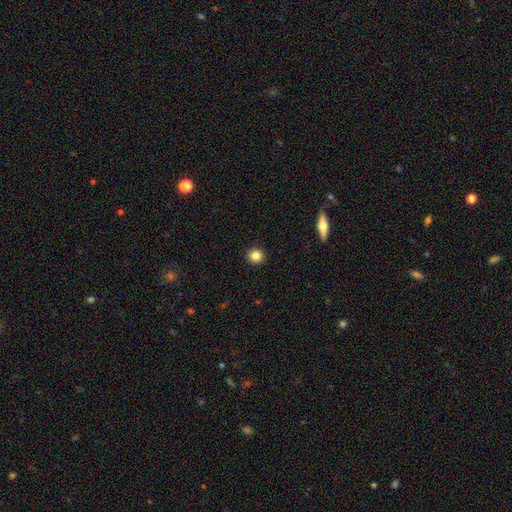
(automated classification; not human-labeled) smooth-or-featured: smooth: 84% | star or artifact: 11% | featured or disk: 5%
  how-rounded: round: 93% | in between: 6% | cigar-shaped: 1%
  merging: none: 93% | minor disturbance: 5% | major disturbance: 1% | merger: 1%